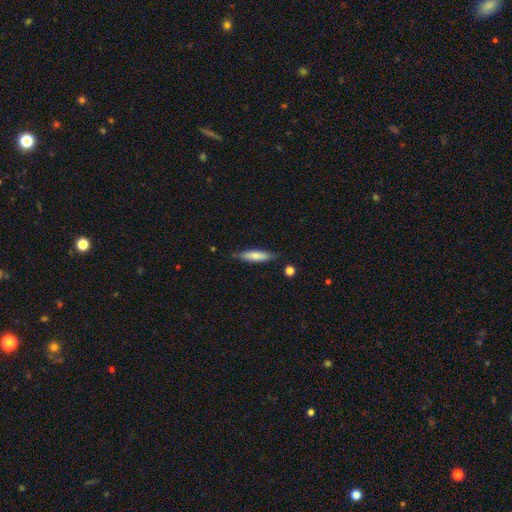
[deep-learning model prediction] A smooth galaxy with no disk features (73%) that is cigar-shaped (74%). Merging: none (80%).